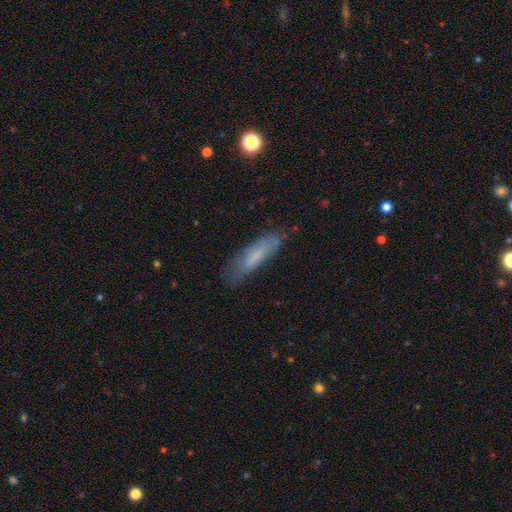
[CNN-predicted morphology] type=smooth (66%); roundness=cigar-shaped (67%); merging=none (76%).